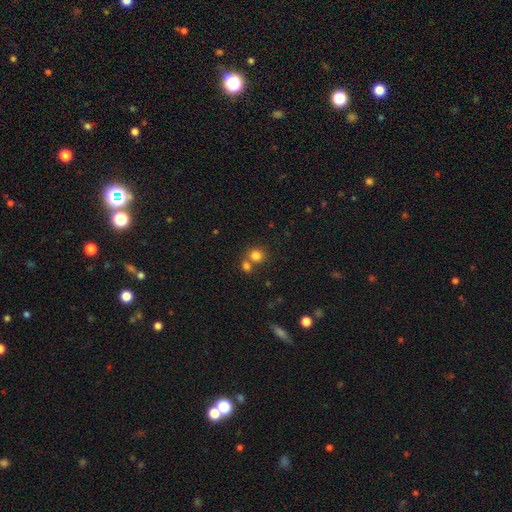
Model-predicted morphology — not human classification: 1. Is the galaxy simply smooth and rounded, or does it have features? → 80% smooth, 13% star or artifact, 7% featured or disk.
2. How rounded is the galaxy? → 80% round, 19% in between, 1% cigar-shaped.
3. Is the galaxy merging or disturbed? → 55% none, 34% merger, 8% minor disturbance, 3% major disturbance.